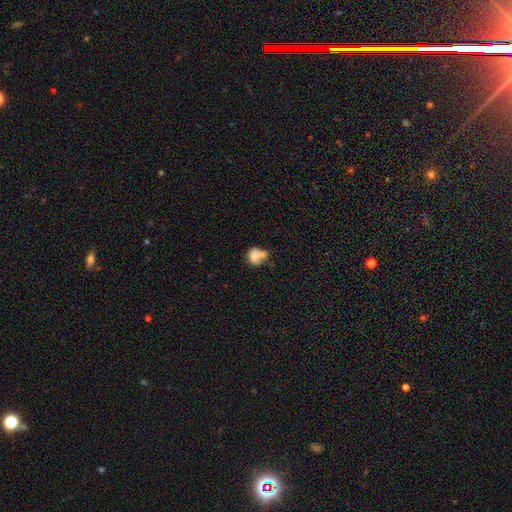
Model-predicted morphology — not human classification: This is likely a smooth galaxy (69%). How rounded: possibly round (55%). Merging: possibly merger (55%).